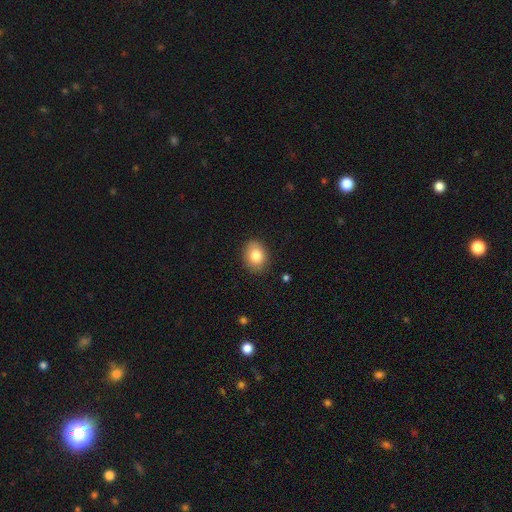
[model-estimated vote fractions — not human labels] This appears to be a smooth galaxy with no disk features (82%) that is in between round and cigar-shaped (53%). Merging: none (86%).